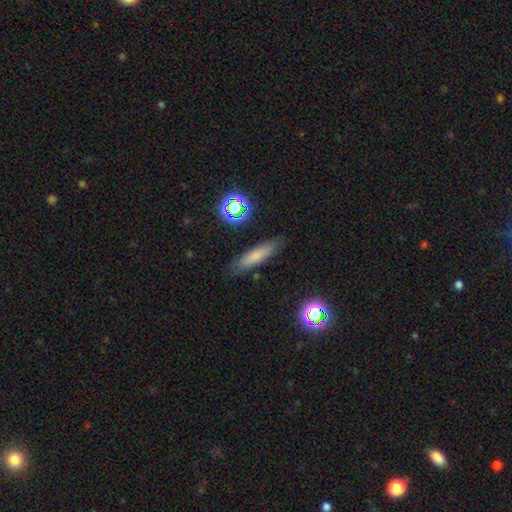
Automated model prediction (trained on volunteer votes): The model was most divided on "how rounded": cigar-shaped: 73%, in between: 24%, round: 3%. More confident: merging — none (84%); smooth or featured — smooth (71%).